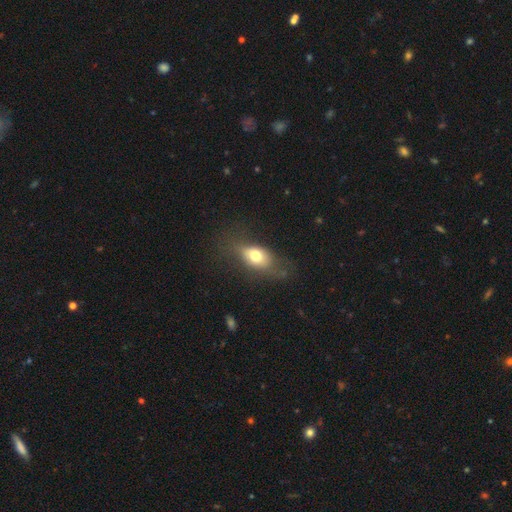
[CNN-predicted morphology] A smooth galaxy with no disk features (68%) that is in between round and cigar-shaped (79%).

Vote fractions:
- Smooth or featured? smooth: 68% / featured or disk: 23% / star or artifact: 9%
- How rounded? in between: 79% / round: 15% / cigar-shaped: 7%
- Merging? none: 55% / minor disturbance: 25% / major disturbance: 18% / merger: 2%